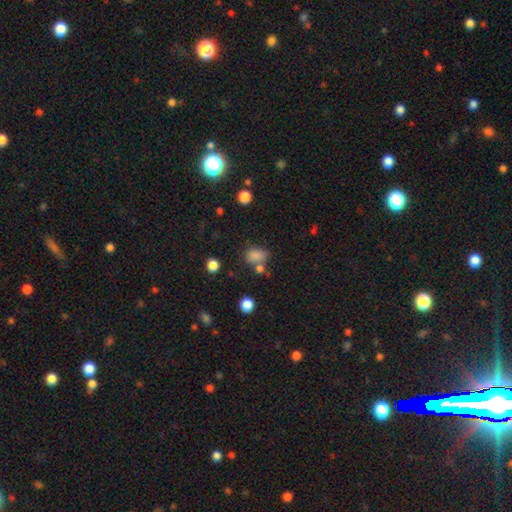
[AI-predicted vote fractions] Morphology: type=smooth (81%); roundness=in between (67%); merging=none (55%).